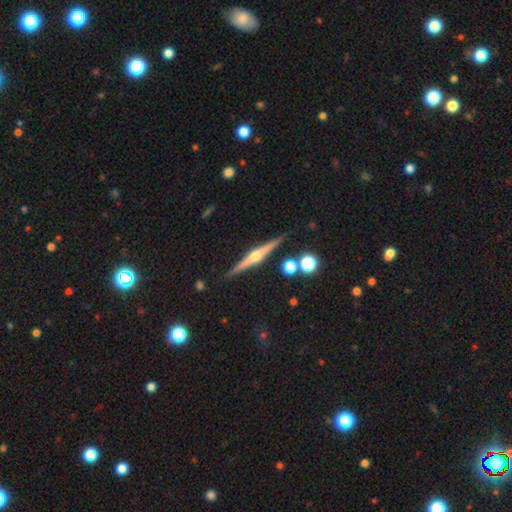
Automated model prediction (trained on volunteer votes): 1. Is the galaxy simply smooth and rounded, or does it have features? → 82% featured or disk, 12% smooth, 6% star or artifact.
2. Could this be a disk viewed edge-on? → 98% yes, 2% no.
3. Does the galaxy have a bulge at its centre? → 92% rounded, 4% boxy, 3% none.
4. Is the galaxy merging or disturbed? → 90% none, 6% minor disturbance, 2% merger, 1% major disturbance.